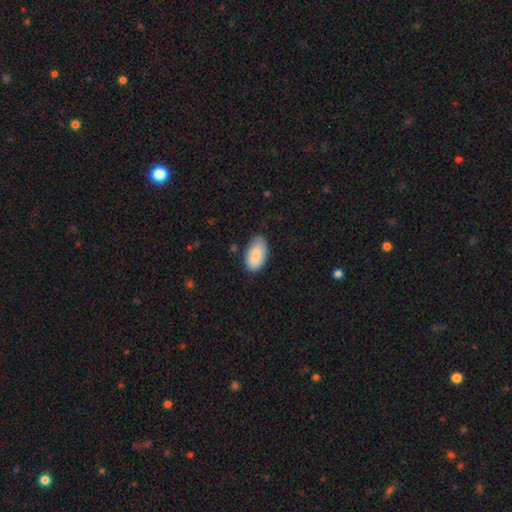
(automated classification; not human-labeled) smooth-or-featured: smooth: 87% | featured or disk: 7% | star or artifact: 6%
  how-rounded: in between: 95% | round: 3% | cigar-shaped: 2%
  merging: none: 76% | minor disturbance: 20% | major disturbance: 3% | merger: 2%